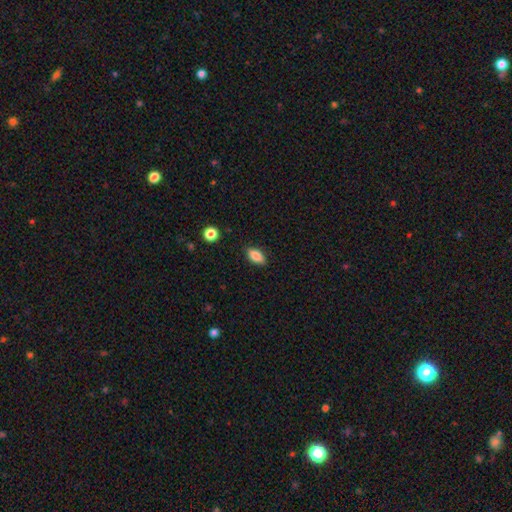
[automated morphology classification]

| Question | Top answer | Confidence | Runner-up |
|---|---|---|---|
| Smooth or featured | smooth | 84% | featured or disk (8%) |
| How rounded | in between | 88% | cigar-shaped (8%) |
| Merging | none | 86% | minor disturbance (10%) |